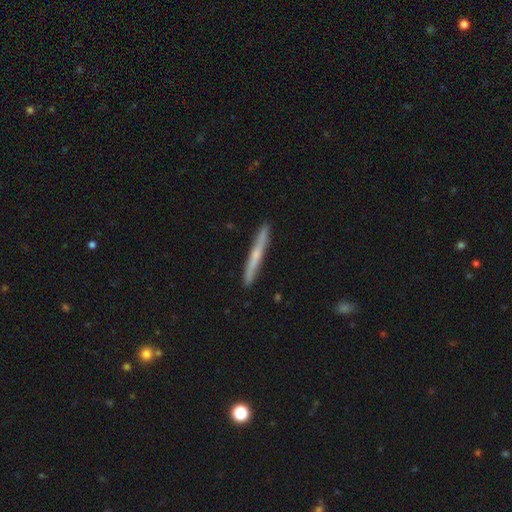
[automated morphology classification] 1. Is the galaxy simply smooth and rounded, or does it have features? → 50% featured or disk, 44% smooth, 6% star or artifact.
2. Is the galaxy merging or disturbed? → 91% none, 7% minor disturbance, 1% major disturbance, 1% merger.